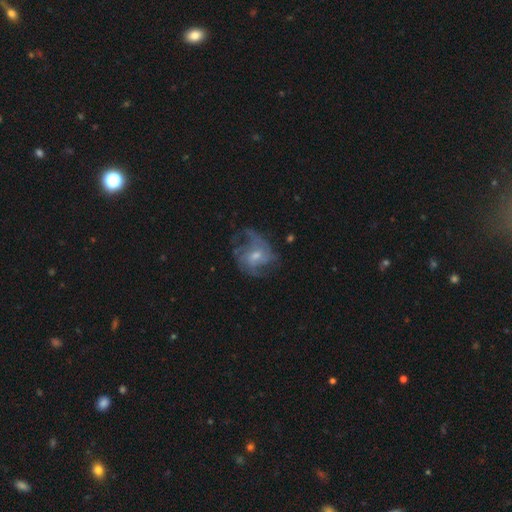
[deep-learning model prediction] Smooth or featured? Predicted: featured or disk (p=0.76). Edge-on disk? Predicted: no (p=0.97). Bar? Predicted: no (p=0.56). Spiral arms? Predicted: yes (p=0.88). Spiral winding? Predicted: medium (p=0.47). Spiral arm count? Predicted: can't tell (p=0.27, tied with 2 and 3). Bulge size? Predicted: small (p=0.46, tied with moderate). Merging? Predicted: none (p=0.58).